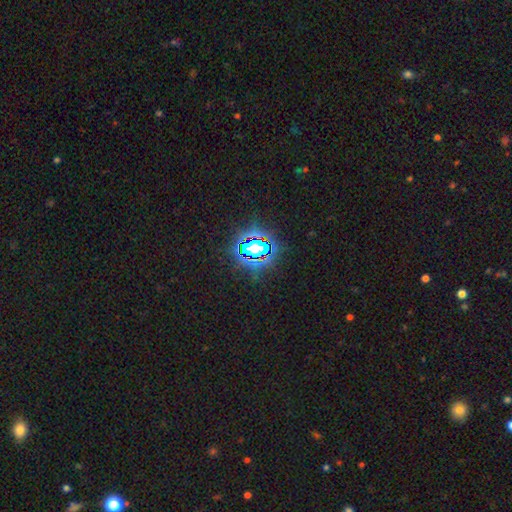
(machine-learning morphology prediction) A star or artifact, not a galaxy (80%).

Vote fractions:
- Smooth or featured? star or artifact: 80% / smooth: 12% / featured or disk: 8%